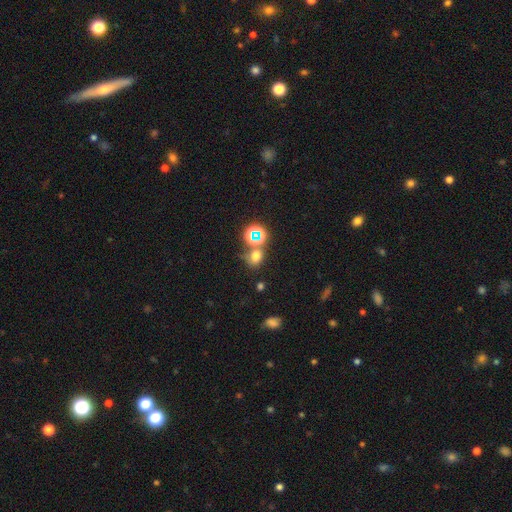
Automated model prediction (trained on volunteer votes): smooth-or-featured: smooth: 60% | star or artifact: 30% | featured or disk: 9%
  how-rounded: round: 60% | in between: 39% | cigar-shaped: 1%
  merging: none: 60% | merger: 21% | minor disturbance: 13% | major disturbance: 6%